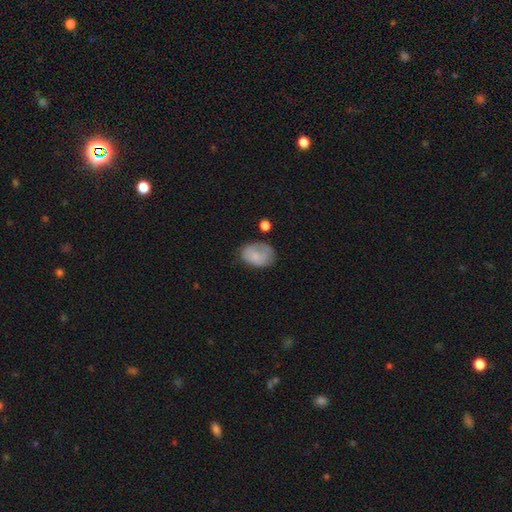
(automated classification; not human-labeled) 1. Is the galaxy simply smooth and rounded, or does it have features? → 70% smooth, 22% featured or disk, 8% star or artifact.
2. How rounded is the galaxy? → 77% in between, 22% round, 1% cigar-shaped.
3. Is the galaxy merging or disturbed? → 49% none, 32% minor disturbance, 15% major disturbance, 4% merger.